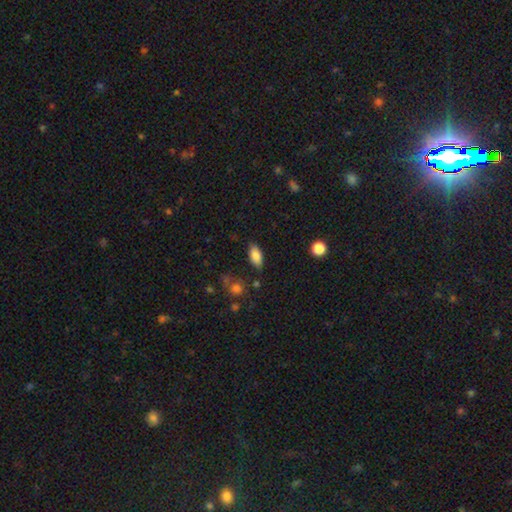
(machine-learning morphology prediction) Smooth or featured: smooth — 85% (star or artifact — 8%)
How rounded: in between — 89% (cigar-shaped — 7%)
Merging: none — 81% (minor disturbance — 13%)